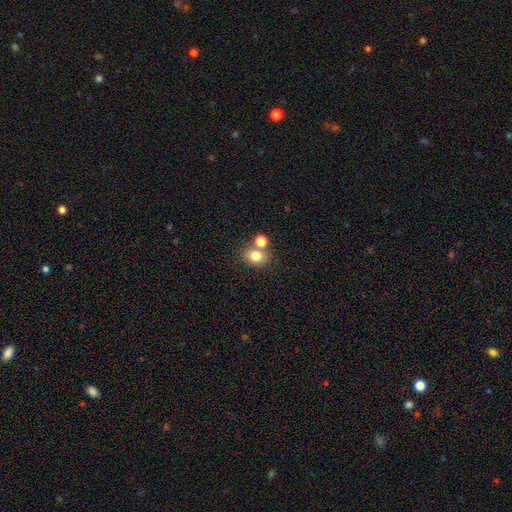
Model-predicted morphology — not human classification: This is likely a smooth galaxy (78%). How rounded: possibly round (58%). Merging: likely none (60%).